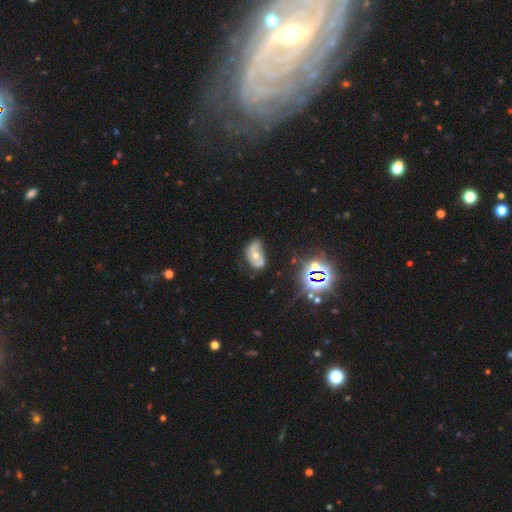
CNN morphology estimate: Smooth or featured: featured or disk — 65% (smooth — 22%)
Edge-on disk: no — 95% (yes — 5%)
Bar: no — 69% (weak — 23%)
Spiral arms: yes — 77% (no — 23%)
Bulge size: moderate — 64% (small — 30%)
Merging: none — 47% (minor disturbance — 31%)